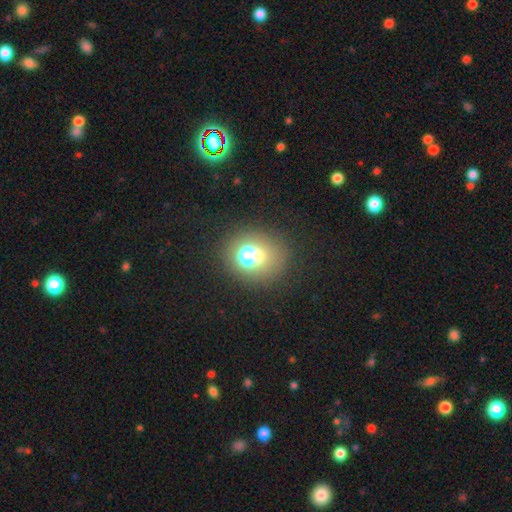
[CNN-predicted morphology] The model was most divided on "smooth or featured": smooth: 55%, star or artifact: 27%, featured or disk: 18%. More confident: how rounded — round (73%); merging — none (65%).